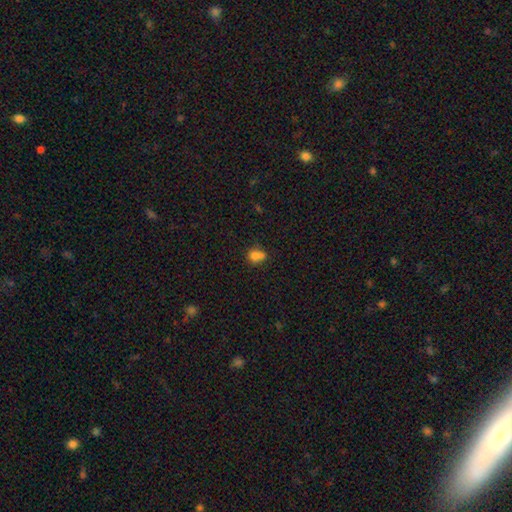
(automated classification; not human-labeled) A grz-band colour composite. It shows a smooth galaxy with no disk features (76%) that is round (64%). Merging: merger (39%).